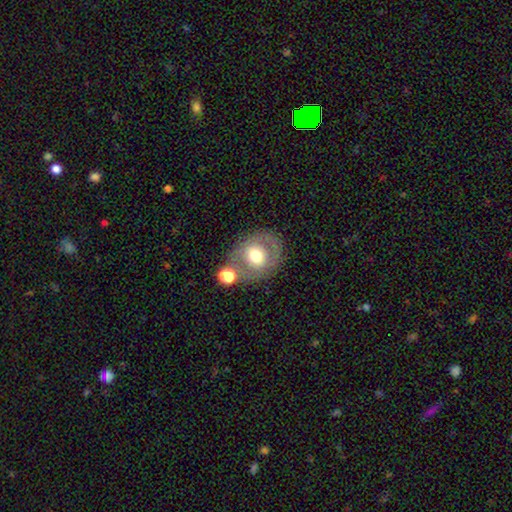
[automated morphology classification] smooth-or-featured: smooth: 51% | featured or disk: 40% | star or artifact: 9%
  how-rounded: round: 65% | in between: 34% | cigar-shaped: 1%
  merging: none: 62% | minor disturbance: 16% | merger: 15% | major disturbance: 7%